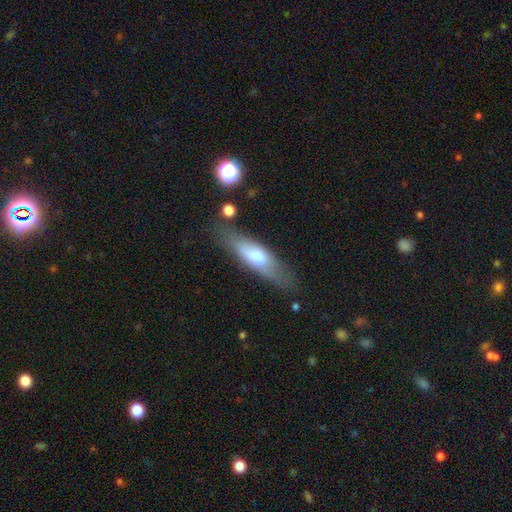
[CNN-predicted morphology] This appears to be a smooth galaxy with no disk features (59%) that is cigar-shaped (58%). Merging: none (75%).